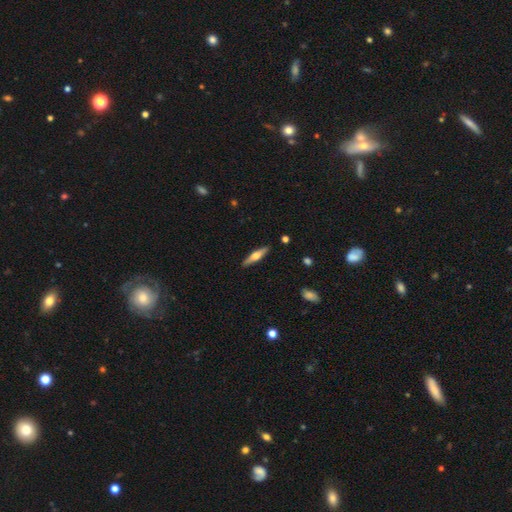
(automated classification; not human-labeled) A featured or disk galaxy (55%) viewed edge-on (94%) with a rounded central bulge (93%). Merging: none (90%).